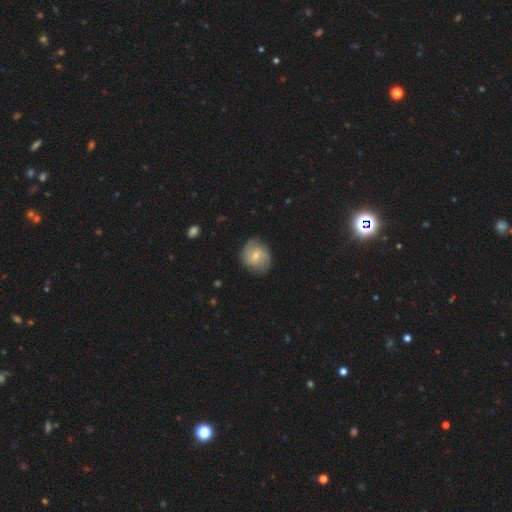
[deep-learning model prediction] Q: Smooth or featured?
A: featured or disk (54%); runner-up: smooth (39%)
Q: Edge-on disk?
A: no (97%); runner-up: yes (3%)
Q: Bar?
A: no (59%); runner-up: weak (34%)
Q: Spiral arms?
A: yes (85%); runner-up: no (15%)
Q: Bulge size?
A: small (60%); runner-up: moderate (36%)
Q: Merging?
A: none (77%); runner-up: minor disturbance (17%)